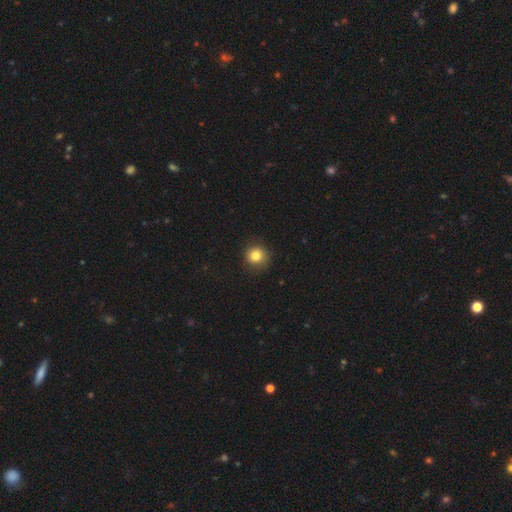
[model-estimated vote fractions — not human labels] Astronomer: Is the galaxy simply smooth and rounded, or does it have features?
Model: smooth — 83%.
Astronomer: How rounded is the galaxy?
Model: round — 91%.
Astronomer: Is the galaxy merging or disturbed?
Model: none — 83%.